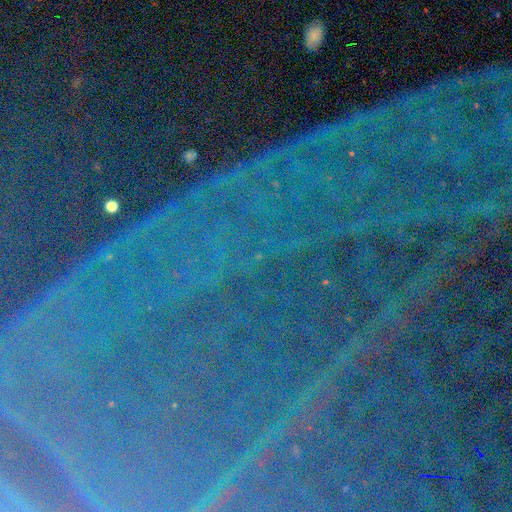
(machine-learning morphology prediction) Smooth or featured: star or artifact — 87% (featured or disk — 7%)